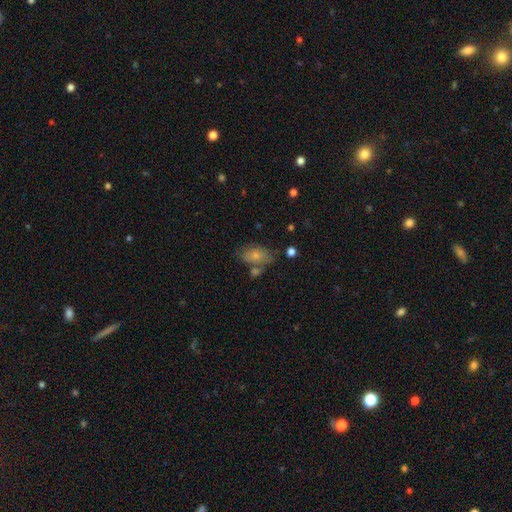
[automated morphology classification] Smooth or featured: smooth — 76% (featured or disk — 16%)
How rounded: in between — 86% (round — 12%)
Merging: none — 53% (minor disturbance — 21%)